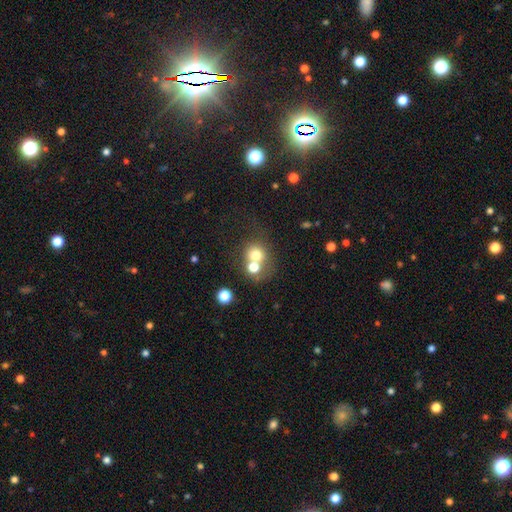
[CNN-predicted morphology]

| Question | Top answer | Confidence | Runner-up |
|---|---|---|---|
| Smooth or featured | smooth | 70% | featured or disk (16%) |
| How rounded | round | 82% | in between (18%) |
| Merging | merger | 46% | none (41%) |